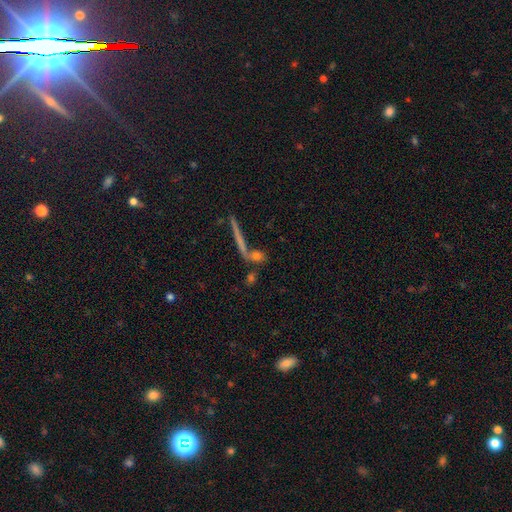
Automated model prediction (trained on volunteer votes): The model was most divided on "smooth or featured": smooth: 52%, featured or disk: 32%, star or artifact: 16%. More confident: how rounded — cigar-shaped (55%); merging — none (54%).